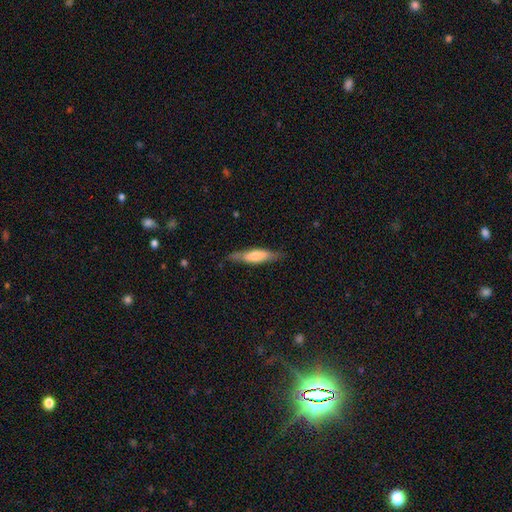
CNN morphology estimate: type=smooth (59%); roundness=cigar-shaped (72%); merging=none (78%).